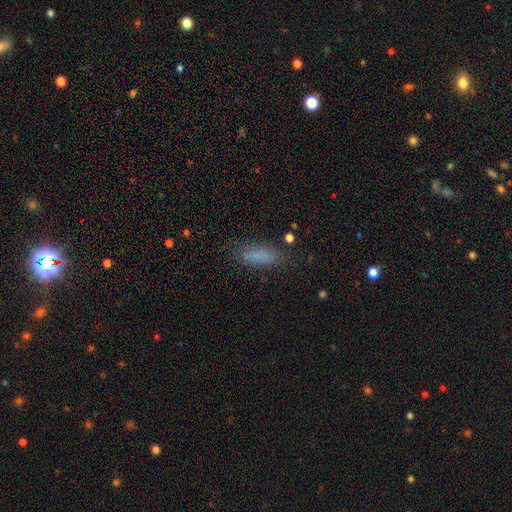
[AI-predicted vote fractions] Smooth or featured: smooth — 77% (star or artifact — 12%)
How rounded: in between — 56% (cigar-shaped — 41%)
Merging: none — 72% (minor disturbance — 18%)